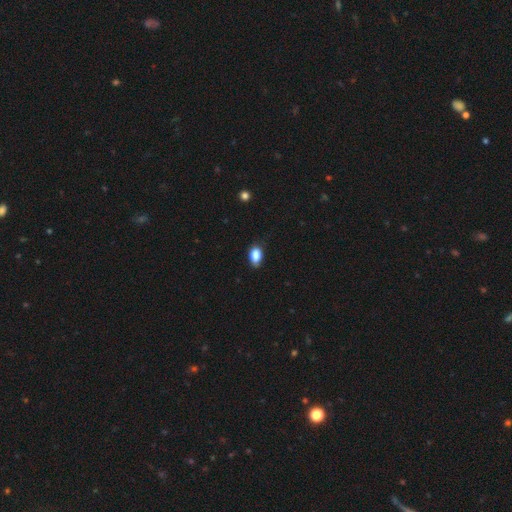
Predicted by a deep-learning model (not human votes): Overall: smooth (86%). How rounded: in between (88%). Merging: none (74%).